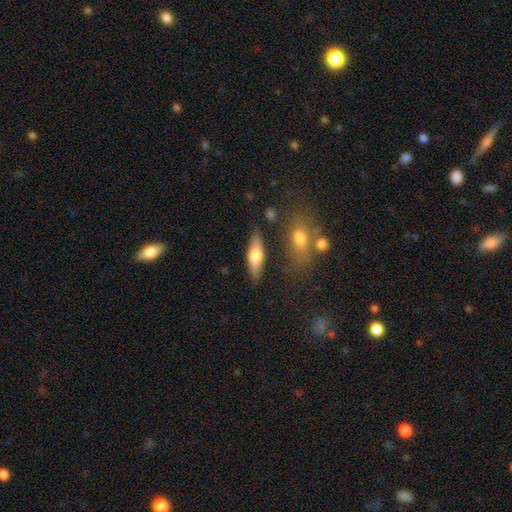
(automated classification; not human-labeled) smooth 62%, featured or disk 32%, star or artifact 6%. Down the decision tree: how rounded — in between (50%); merging — none (79%).